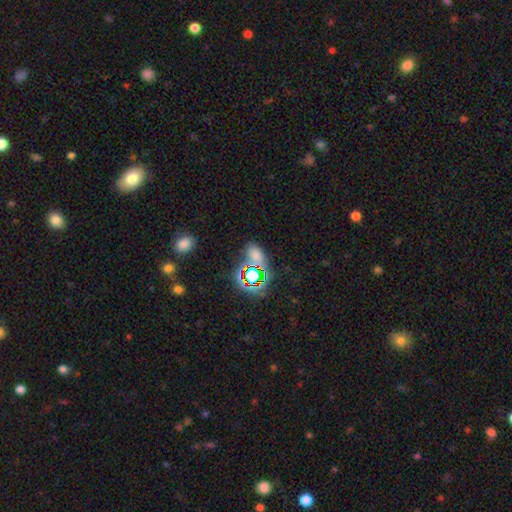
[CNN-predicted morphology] smooth-or-featured: smooth: 49% | star or artifact: 42% | featured or disk: 9%
  merging: none: 66% | minor disturbance: 14% | merger: 12% | major disturbance: 7%